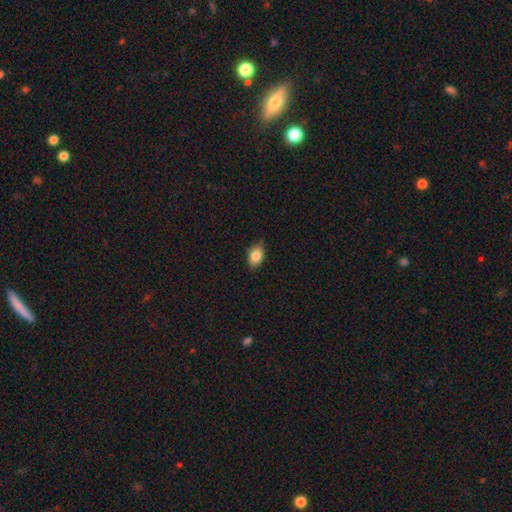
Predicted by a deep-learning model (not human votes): This is clearly a smooth galaxy (85%). How rounded: clearly in between (81%). Merging: likely none (79%).